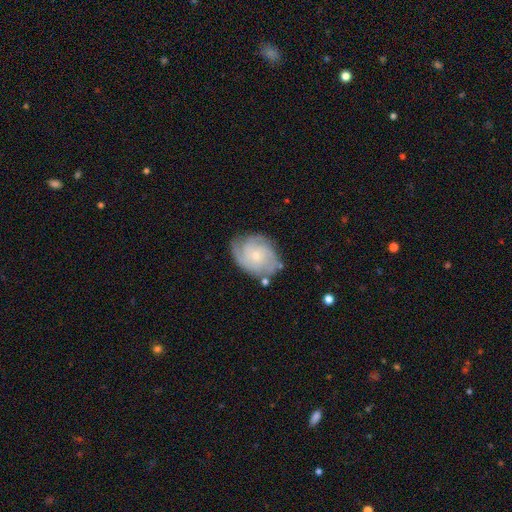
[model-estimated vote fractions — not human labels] Smooth or featured? Predicted: featured or disk (p=0.77). Edge-on disk? Predicted: no (p=0.97). Bar? Predicted: no (p=0.77). Spiral arms? Predicted: yes (p=0.95). Spiral winding? Predicted: tight (p=0.60). Spiral arm count? Predicted: 3 (p=0.33). Bulge size? Predicted: small (p=0.75). Merging? Predicted: none (p=0.72).